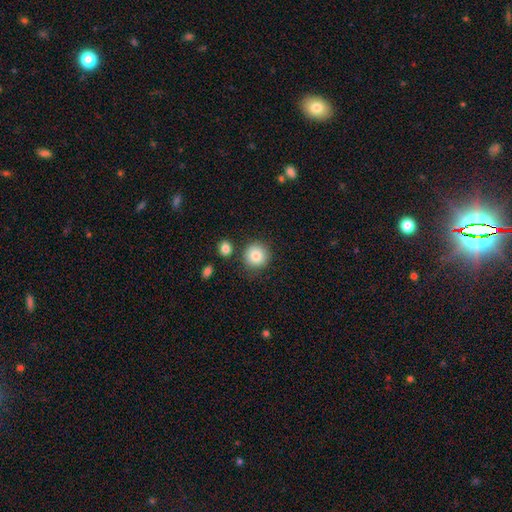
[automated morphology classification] Smooth or featured? smooth (83%)
How rounded? round (93%)
Merging? none (82%)